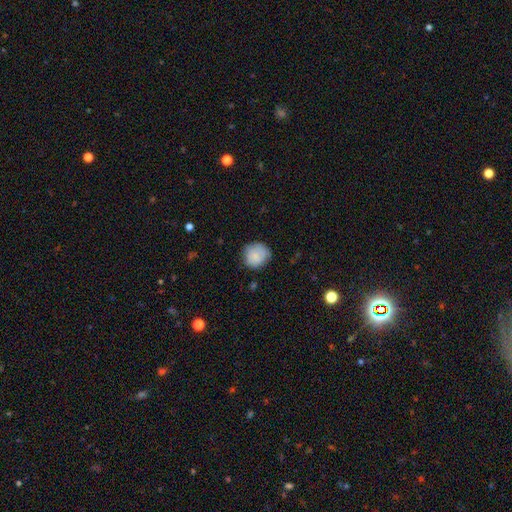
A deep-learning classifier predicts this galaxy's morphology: smooth-or-featured: smooth: 81% | featured or disk: 12% | star or artifact: 7%
  how-rounded: round: 81% | in between: 18% | cigar-shaped: 1%
  merging: none: 71% | minor disturbance: 23% | major disturbance: 5% | merger: 1%